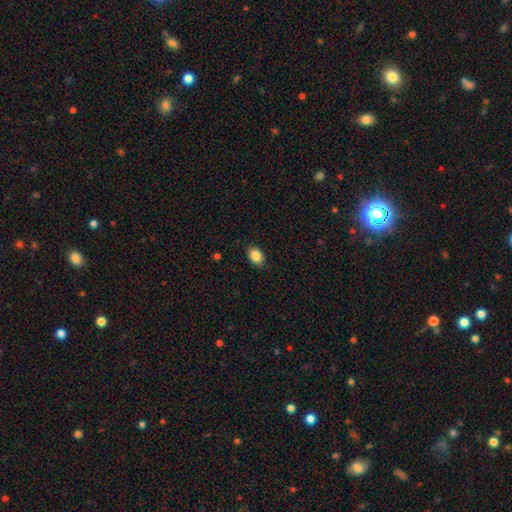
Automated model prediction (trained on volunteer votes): Smooth or featured?
  - smooth: 87% *
  - star or artifact: 8%
  - featured or disk: 5%
How rounded?
  - in between: 73% *
  - round: 26%
  - cigar-shaped: 1%
Merging?
  - none: 88% *
  - minor disturbance: 9%
  - major disturbance: 2%
  - merger: 1%